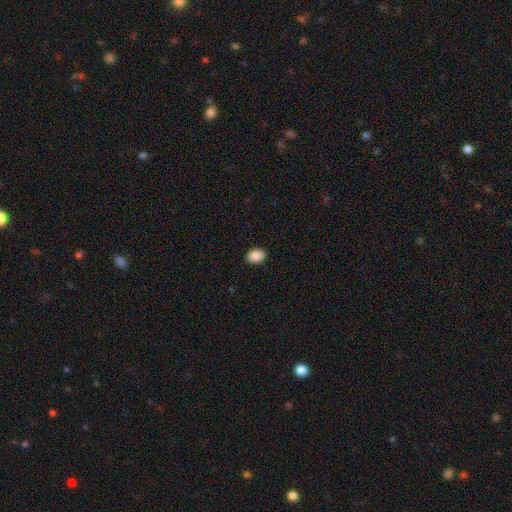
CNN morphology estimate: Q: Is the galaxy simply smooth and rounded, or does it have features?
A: smooth — 89%.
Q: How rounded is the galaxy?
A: in between — 76%.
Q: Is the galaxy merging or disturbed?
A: none — 91%.